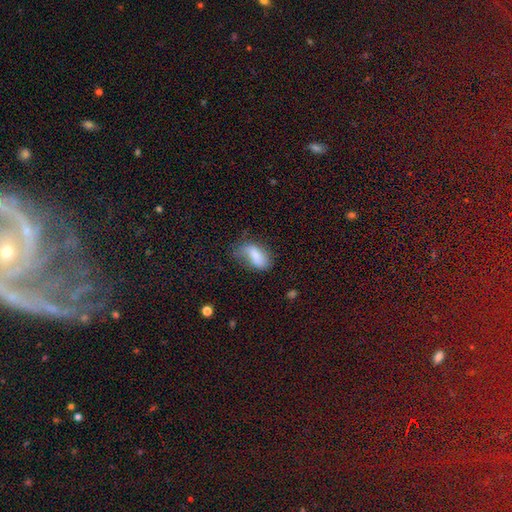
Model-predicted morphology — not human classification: A smooth galaxy with no disk features (74%) that is in between round and cigar-shaped (90%).

Vote fractions:
- Smooth or featured? smooth: 74% / featured or disk: 18% / star or artifact: 8%
- How rounded? in between: 90% / cigar-shaped: 6% / round: 5%
- Merging? none: 38% / minor disturbance: 35% / major disturbance: 23% / merger: 3%